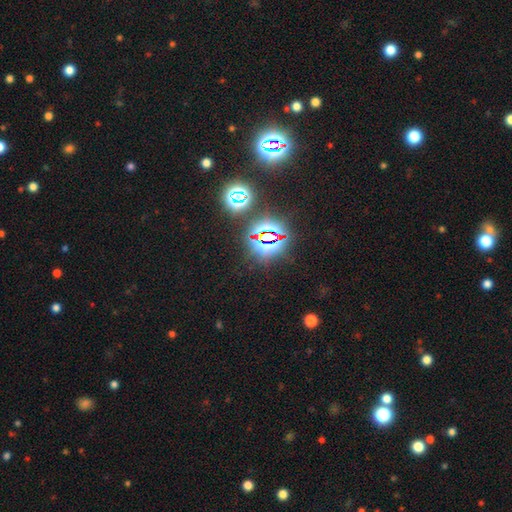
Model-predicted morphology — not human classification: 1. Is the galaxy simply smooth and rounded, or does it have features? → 81% star or artifact, 12% smooth, 7% featured or disk.